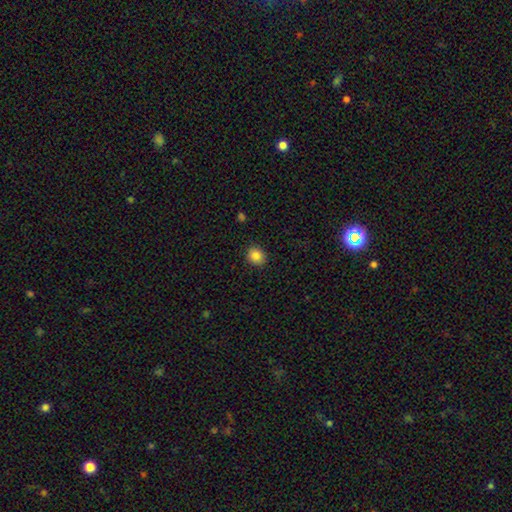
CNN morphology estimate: Overall: smooth (85%). How rounded: round (76%). Merging: none (89%).